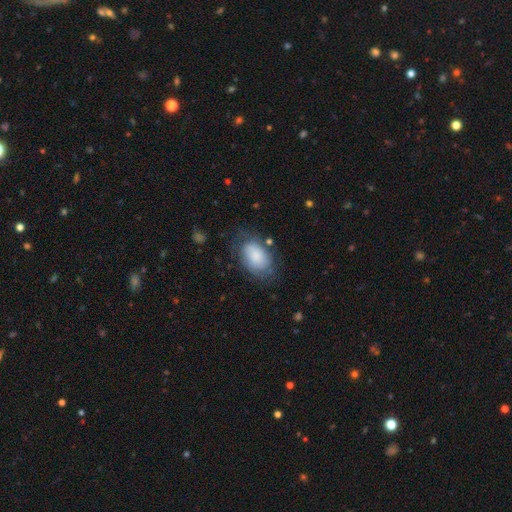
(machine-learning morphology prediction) Q: Smooth or featured?
A: smooth (76%); runner-up: featured or disk (17%)
Q: How rounded?
A: in between (87%); runner-up: round (12%)
Q: Merging?
A: none (57%); runner-up: minor disturbance (26%)